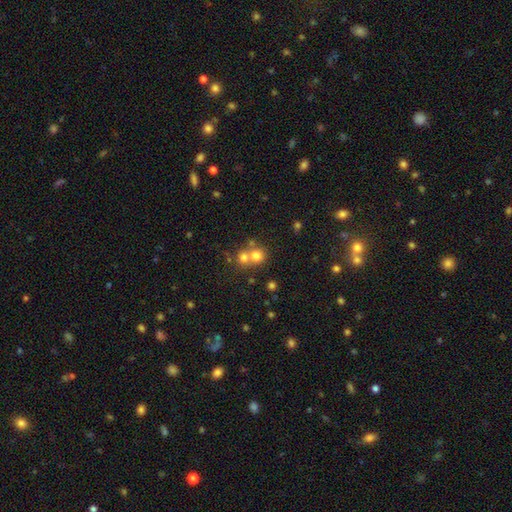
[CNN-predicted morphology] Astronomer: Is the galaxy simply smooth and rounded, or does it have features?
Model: smooth — 72%.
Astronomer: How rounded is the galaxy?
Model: round — 86%.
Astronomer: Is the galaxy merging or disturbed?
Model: merger — 51% (runner-up: none, 41%).